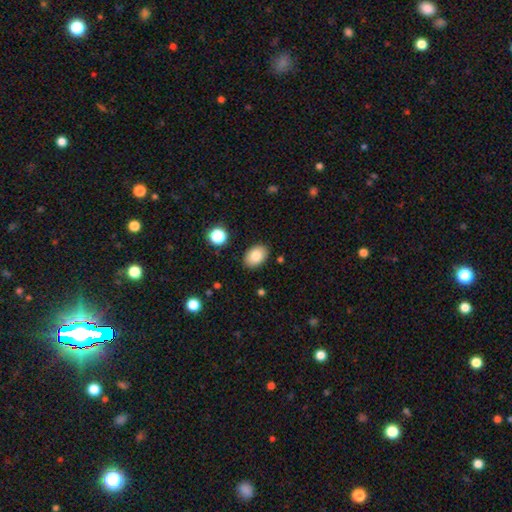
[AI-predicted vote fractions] Morphology: type=smooth (84%); roundness=in between (82%); merging=none (88%).